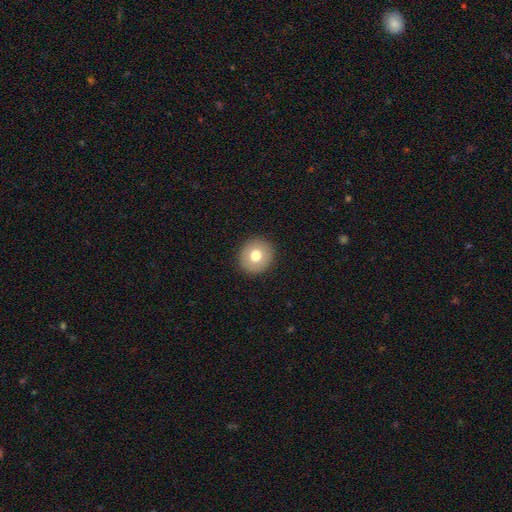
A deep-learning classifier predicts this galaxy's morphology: This appears to be a smooth galaxy with no disk features (74%) that is round (90%). Merging: none (92%).